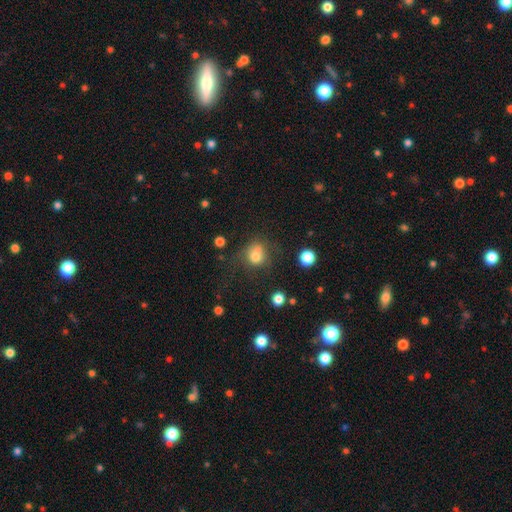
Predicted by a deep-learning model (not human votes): Overall: smooth (75%). How rounded: round (70%). Merging: none (47%; minor disturbance 22%).